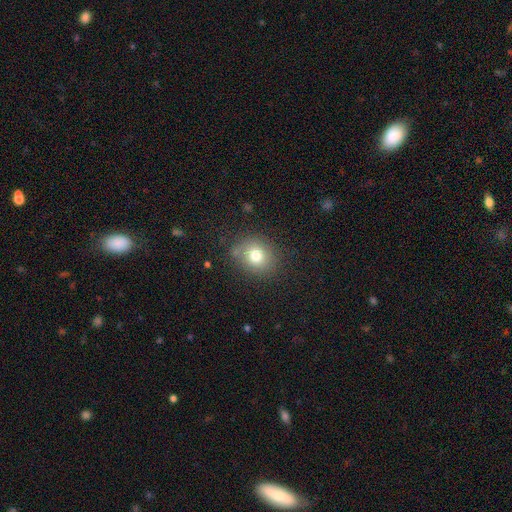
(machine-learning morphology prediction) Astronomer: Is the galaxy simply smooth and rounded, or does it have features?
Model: smooth — 76%.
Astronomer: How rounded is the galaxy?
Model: round — 70%.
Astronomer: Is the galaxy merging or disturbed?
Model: none — 79%.